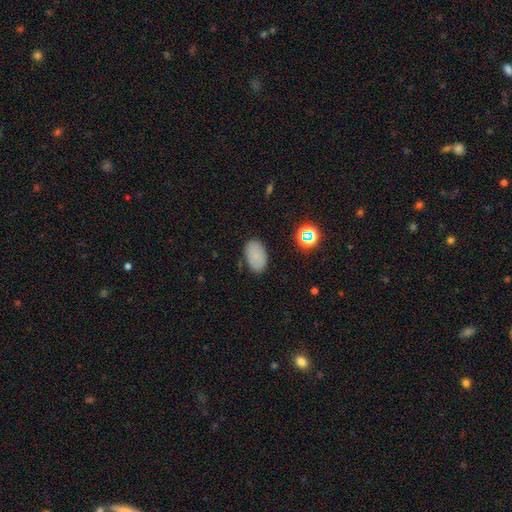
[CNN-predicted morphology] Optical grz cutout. It shows a smooth galaxy with no disk features (80%) that is in between round and cigar-shaped (92%). Merging: none (83%).